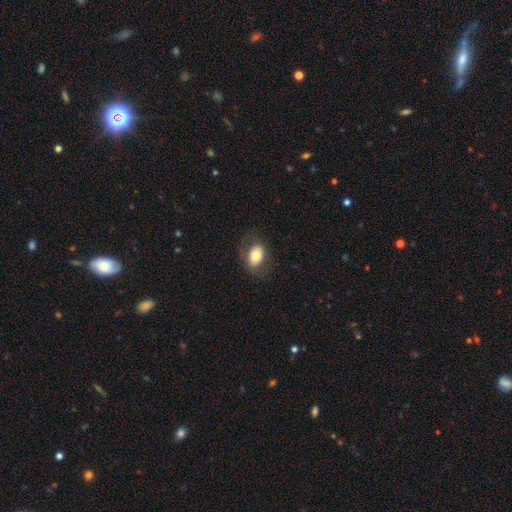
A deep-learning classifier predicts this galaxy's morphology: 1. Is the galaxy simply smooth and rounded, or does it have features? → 74% smooth, 18% featured or disk, 8% star or artifact.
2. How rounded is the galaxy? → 80% in between, 19% round, 1% cigar-shaped.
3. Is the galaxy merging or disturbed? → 76% none, 15% minor disturbance, 8% major disturbance, 1% merger.